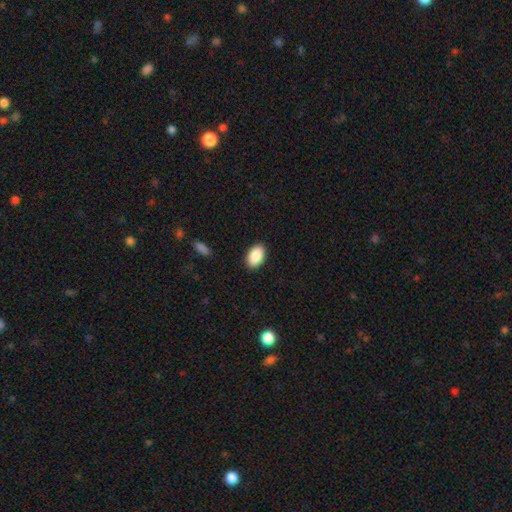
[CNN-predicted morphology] A smooth galaxy with no disk features (89%) that is in between round and cigar-shaped (92%).

Vote fractions:
- Smooth or featured? smooth: 89% / star or artifact: 6% / featured or disk: 4%
- How rounded? in between: 92% / round: 6% / cigar-shaped: 1%
- Merging? none: 90% / minor disturbance: 8% / major disturbance: 2% / merger: 1%